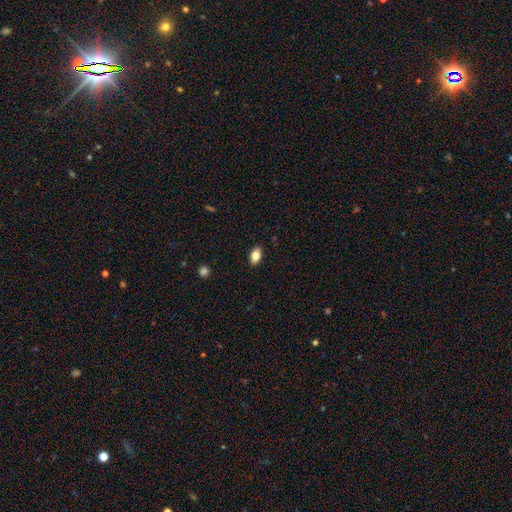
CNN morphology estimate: Q: Smooth or featured?
A: smooth (81%); runner-up: featured or disk (11%)
Q: How rounded?
A: in between (88%); runner-up: round (9%)
Q: Merging?
A: none (88%); runner-up: minor disturbance (9%)